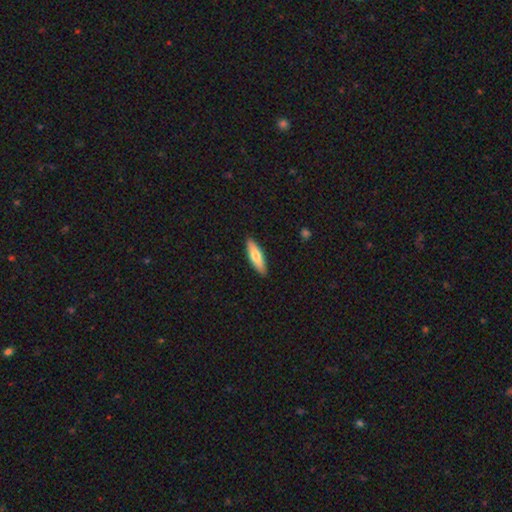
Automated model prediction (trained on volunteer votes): Q: Smooth or featured?
A: smooth (67%); runner-up: featured or disk (28%)
Q: How rounded?
A: cigar-shaped (65%); runner-up: in between (34%)
Q: Merging?
A: none (89%); runner-up: minor disturbance (8%)